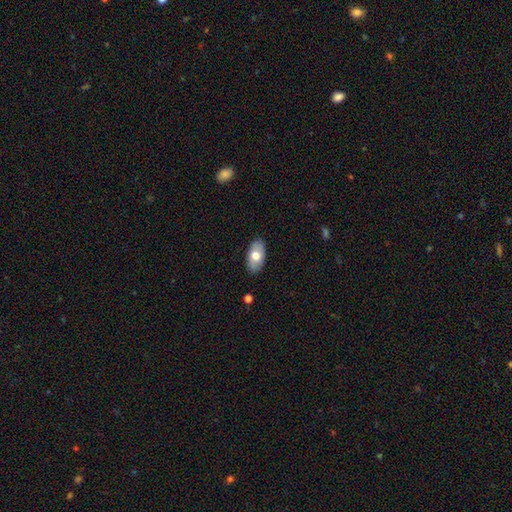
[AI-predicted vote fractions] A smooth galaxy with no disk features (71%) that is in between round and cigar-shaped (94%). Merging: none (88%).